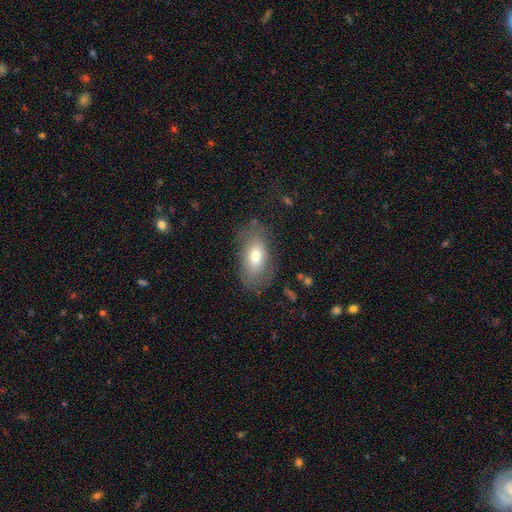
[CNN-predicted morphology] smooth-or-featured: smooth: 71% | featured or disk: 20% | star or artifact: 8%
  how-rounded: in between: 90% | round: 7% | cigar-shaped: 3%
  merging: none: 68% | minor disturbance: 21% | major disturbance: 9% | merger: 2%